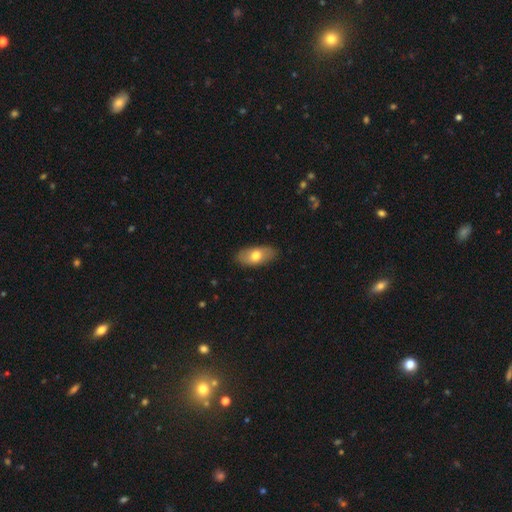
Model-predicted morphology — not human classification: smooth-or-featured: smooth: 69% | featured or disk: 25% | star or artifact: 6%
  how-rounded: in between: 90% | cigar-shaped: 6% | round: 4%
  merging: none: 86% | minor disturbance: 11% | major disturbance: 2% | merger: 1%